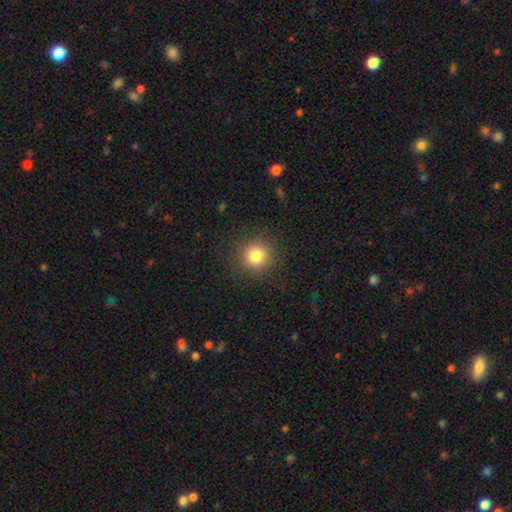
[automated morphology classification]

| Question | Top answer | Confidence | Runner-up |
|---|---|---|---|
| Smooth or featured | smooth | 82% | star or artifact (12%) |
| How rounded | round | 93% | in between (6%) |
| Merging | none | 90% | minor disturbance (6%) |